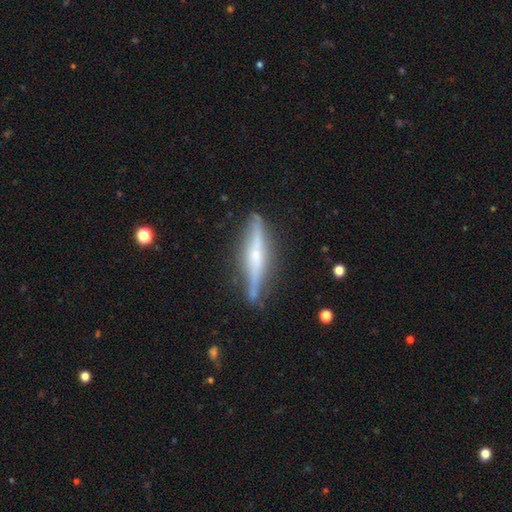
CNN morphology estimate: Smooth or featured: featured or disk — 74% (smooth — 20%)
Edge-on disk: yes — 95% (no — 5%)
Edge-on bulge: rounded — 68% (none — 21%)
Merging: none — 81% (minor disturbance — 14%)